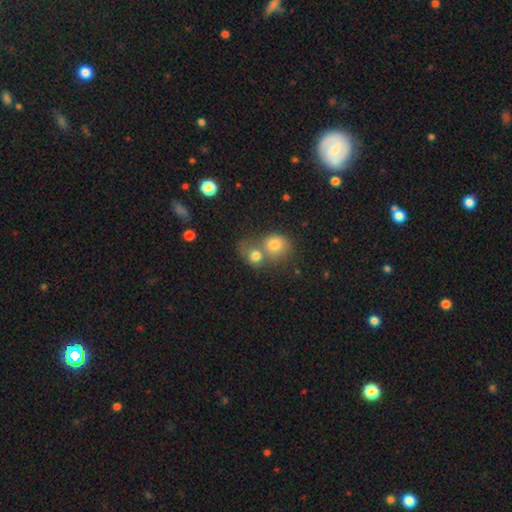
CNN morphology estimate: smooth-or-featured: smooth: 78% | featured or disk: 11% | star or artifact: 11%
  how-rounded: round: 71% | in between: 28% | cigar-shaped: 1%
  merging: merger: 58% | none: 29% | minor disturbance: 8% | major disturbance: 5%